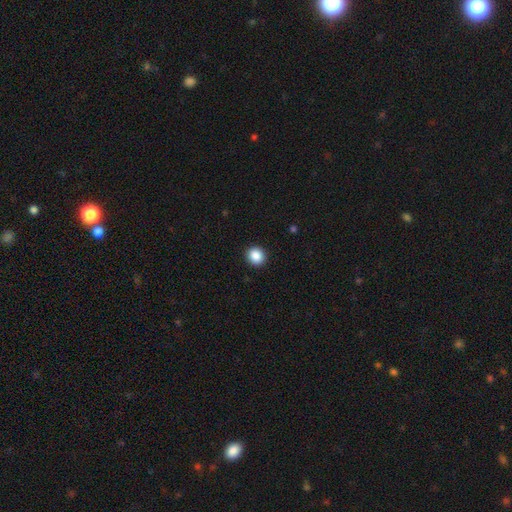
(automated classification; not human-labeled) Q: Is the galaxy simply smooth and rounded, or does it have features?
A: smooth — 88%.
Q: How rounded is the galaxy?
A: round — 87%.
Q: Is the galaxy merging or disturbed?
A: none — 93%.